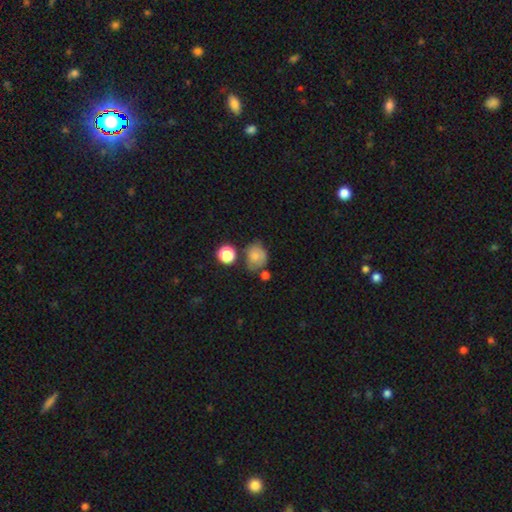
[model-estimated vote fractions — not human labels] The model was most divided on "how rounded": round: 58%, in between: 41%, cigar-shaped: 1%. Remaining: smooth or featured — smooth (67%); merging — none (48%).